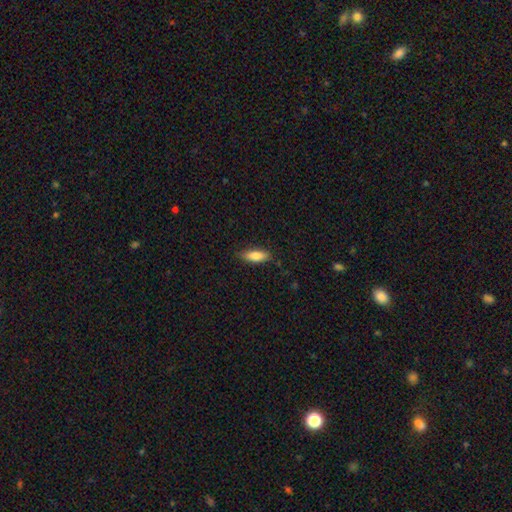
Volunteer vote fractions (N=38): Smooth or featured? 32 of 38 (84%) said smooth. How rounded? 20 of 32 (62%) said in between. Merging? 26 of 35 (74%) said none.